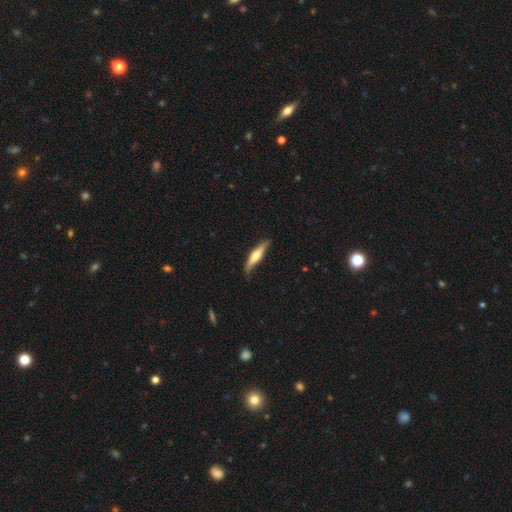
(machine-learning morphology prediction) Overall: smooth (51%; featured or disk 44%). How rounded: cigar-shaped (83%). Merging: none (78%).